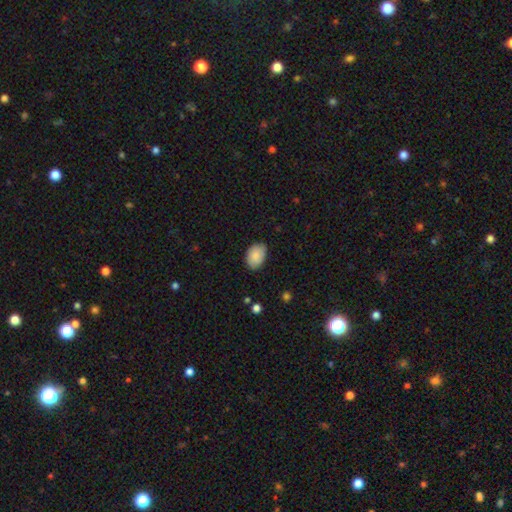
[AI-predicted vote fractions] Overall: smooth (86%). How rounded: in between (84%). Merging: none (82%).